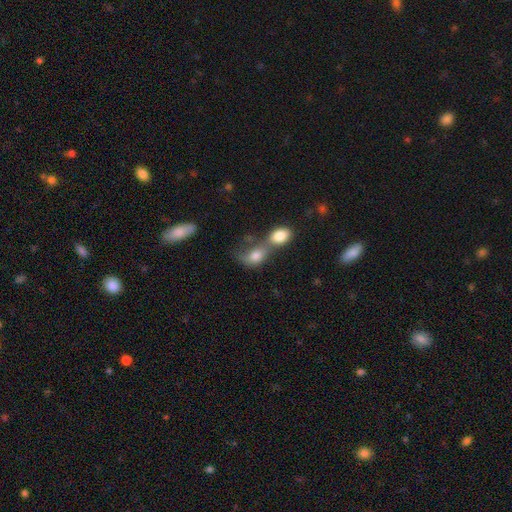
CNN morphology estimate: smooth-or-featured: smooth: 75% | featured or disk: 16% | star or artifact: 9%
  how-rounded: in between: 74% | round: 23% | cigar-shaped: 3%
  merging: merger: 70% | none: 13% | major disturbance: 9% | minor disturbance: 7%